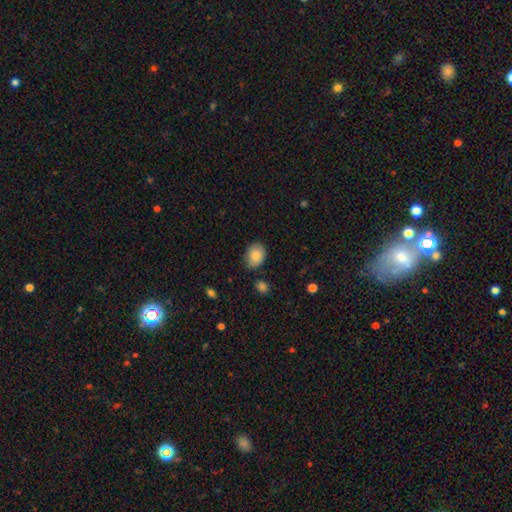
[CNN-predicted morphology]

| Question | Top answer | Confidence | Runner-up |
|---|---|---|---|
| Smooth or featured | smooth | 85% | featured or disk (7%) |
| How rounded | in between | 72% | round (27%) |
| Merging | none | 80% | minor disturbance (15%) |